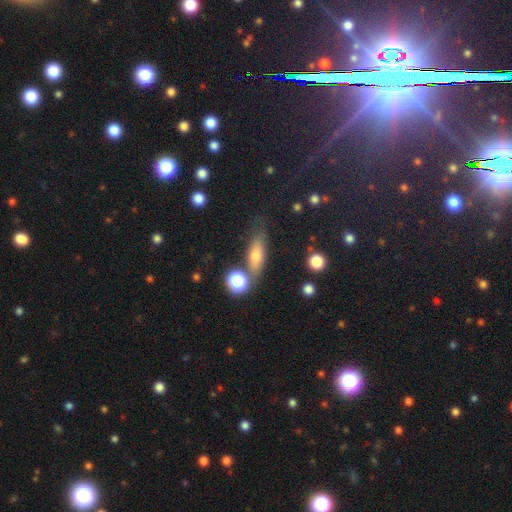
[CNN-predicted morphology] Smooth or featured? Predicted: smooth (p=0.65). How rounded? Predicted: in between (p=0.54). Merging? Predicted: none (p=0.63).